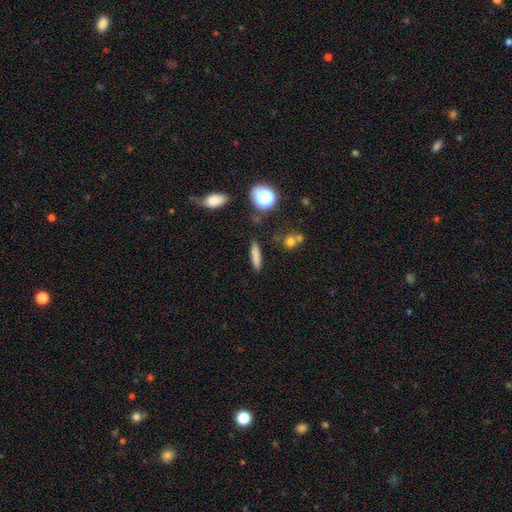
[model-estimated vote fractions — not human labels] This appears to be a smooth galaxy with no disk features (77%) that is cigar-shaped (83%). Merging: none (85%).